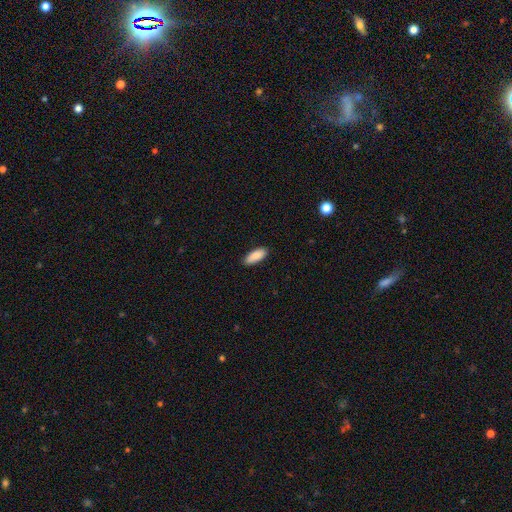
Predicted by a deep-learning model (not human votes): Smooth or featured? smooth (90%)
How rounded? in between (77%)
Merging? none (87%)